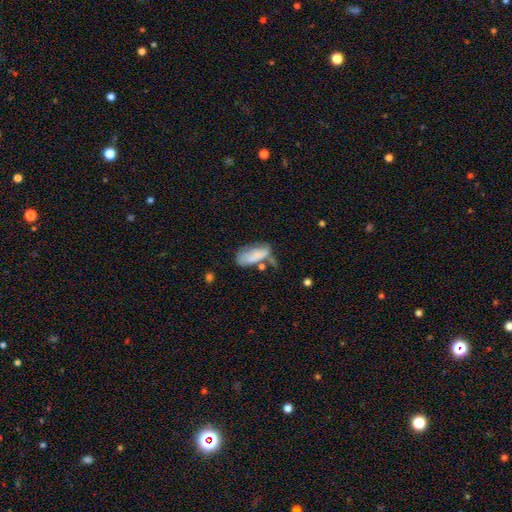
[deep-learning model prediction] smooth_or_featured: smooth (p=0.72) [alt: featured or disk p=0.20]
how_rounded: in between (p=0.84) [alt: cigar-shaped p=0.14]
merging: none (p=0.32) [alt: minor disturbance p=0.28]